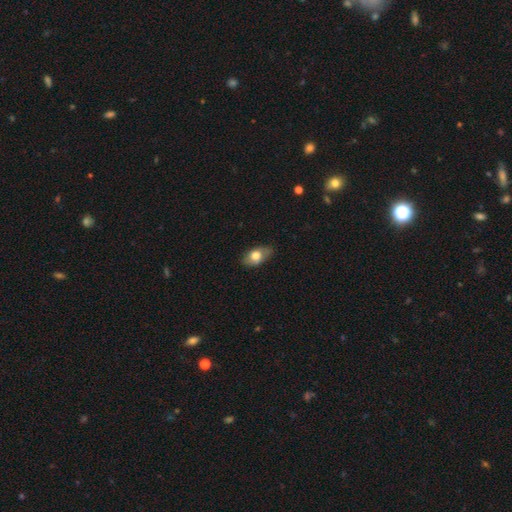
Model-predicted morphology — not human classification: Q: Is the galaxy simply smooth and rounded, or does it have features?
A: smooth — 70%.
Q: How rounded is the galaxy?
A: in between — 88%.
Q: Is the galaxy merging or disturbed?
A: none — 74%.